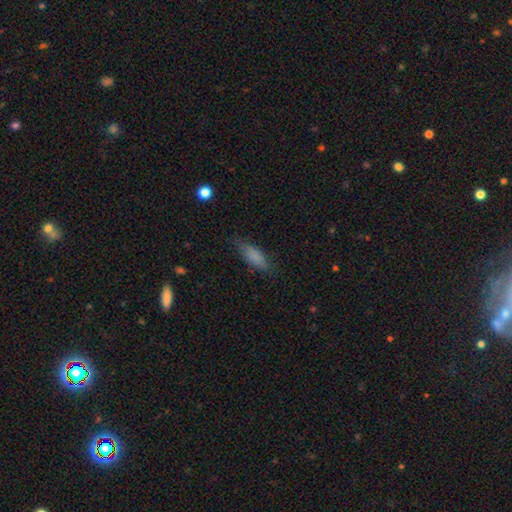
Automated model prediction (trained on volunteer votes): This appears to be a smooth galaxy with no disk features (66%) that is cigar-shaped (54%). Merging: none (77%).